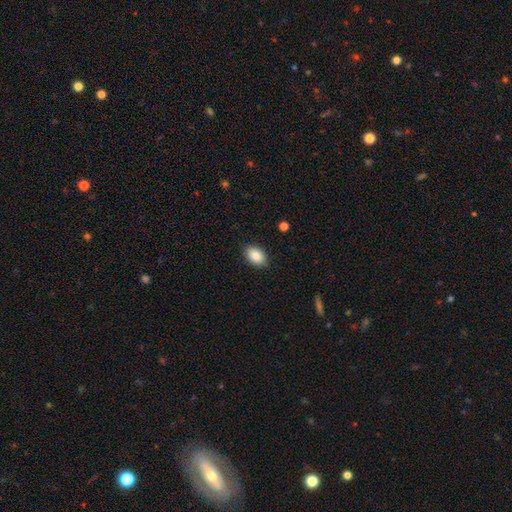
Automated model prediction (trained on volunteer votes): Smooth or featured?
  - smooth: 89% *
  - star or artifact: 7%
  - featured or disk: 4%
How rounded?
  - in between: 88% *
  - round: 10%
  - cigar-shaped: 1%
Merging?
  - none: 88% *
  - minor disturbance: 9%
  - major disturbance: 2%
  - merger: 1%